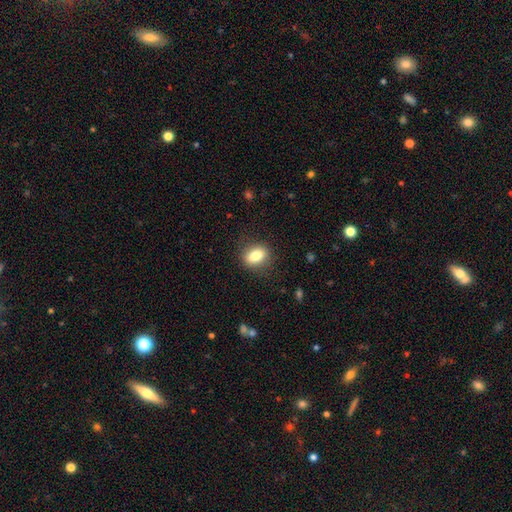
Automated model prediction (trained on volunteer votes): A smooth galaxy with no disk features (82%) that is in between round and cigar-shaped (71%). Merging: none (86%).